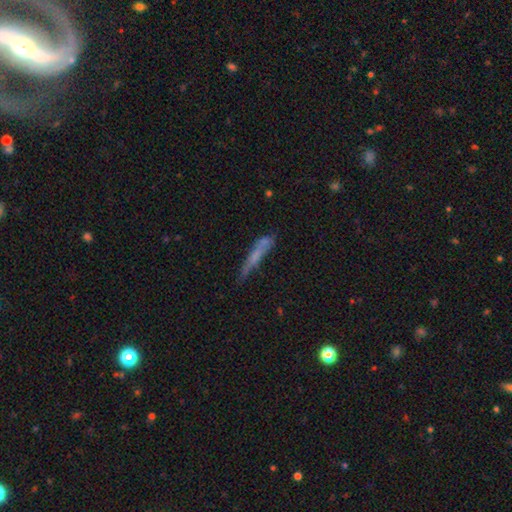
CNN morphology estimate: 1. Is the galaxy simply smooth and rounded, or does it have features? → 57% smooth, 32% featured or disk, 11% star or artifact.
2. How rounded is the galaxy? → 89% cigar-shaped, 9% in between, 2% round.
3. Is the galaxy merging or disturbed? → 50% none, 25% minor disturbance, 14% major disturbance, 11% merger.